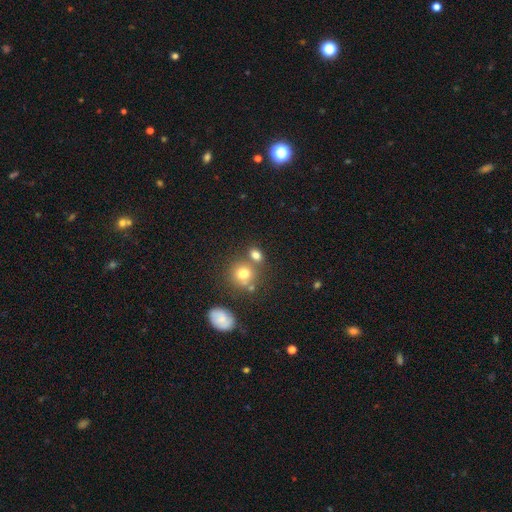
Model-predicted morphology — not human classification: This appears to be a smooth galaxy with no disk features (72%) that is round (70%). Merging: none (58%).